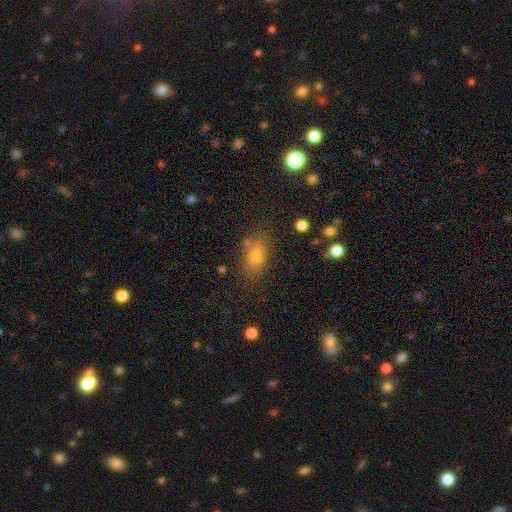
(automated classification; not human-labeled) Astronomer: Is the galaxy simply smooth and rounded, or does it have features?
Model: smooth — 75%.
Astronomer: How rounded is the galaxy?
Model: in between — 79%.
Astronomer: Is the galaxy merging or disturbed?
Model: none — 72%.